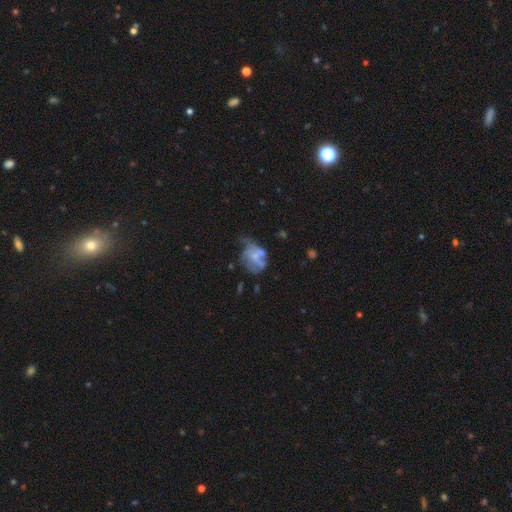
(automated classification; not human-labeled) Smooth or featured?
  - featured or disk: 51% *
  - smooth: 38%
  - star or artifact: 11%
Edge-on disk?
  - no: 97% *
  - yes: 3%
Merging?
  - major disturbance: 38% *
  - minor disturbance: 26%
  - none: 26%
  - merger: 10%